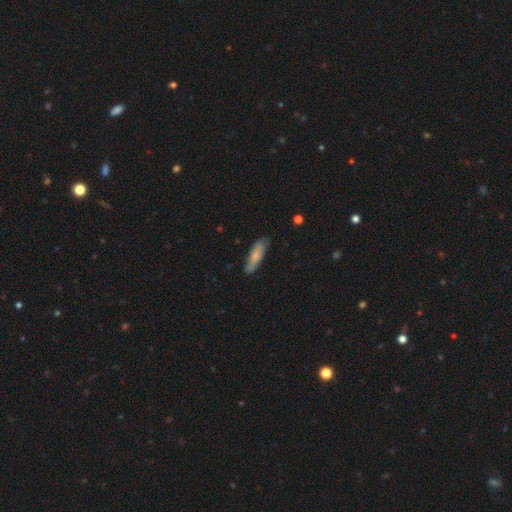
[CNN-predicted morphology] Q: Smooth or featured?
A: smooth (67%); runner-up: featured or disk (27%)
Q: How rounded?
A: cigar-shaped (59%); runner-up: in between (39%)
Q: Merging?
A: none (73%); runner-up: minor disturbance (21%)